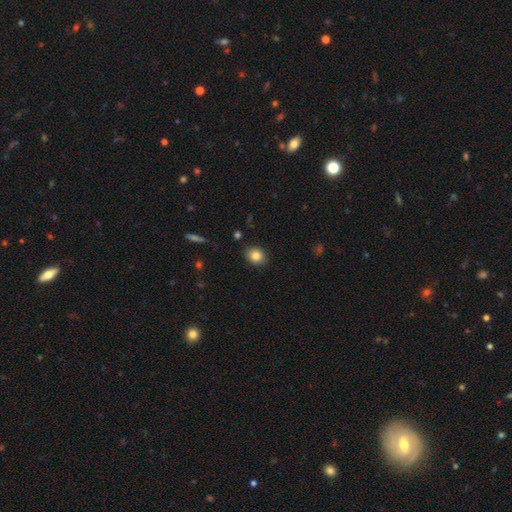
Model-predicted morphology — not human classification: type=smooth (84%); roundness=round (51%); merging=none (87%).